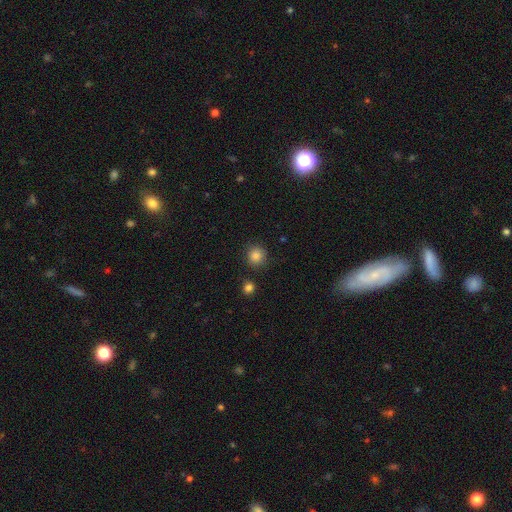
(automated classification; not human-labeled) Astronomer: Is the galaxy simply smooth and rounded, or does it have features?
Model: smooth — 85%.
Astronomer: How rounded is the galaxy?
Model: round — 91%.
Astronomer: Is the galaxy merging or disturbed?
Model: none — 87%.